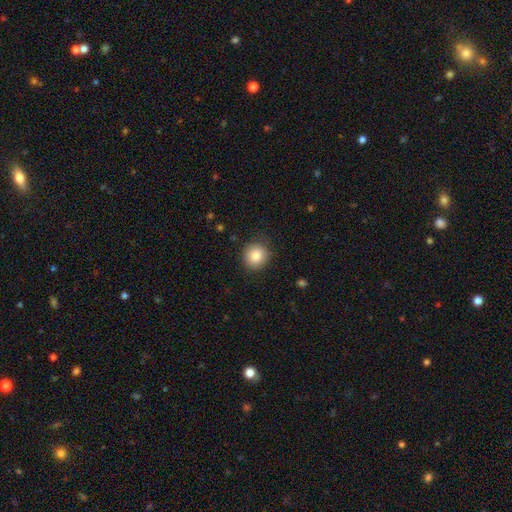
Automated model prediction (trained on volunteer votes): A smooth galaxy with no disk features (84%) that is round (92%). Merging: none (87%).